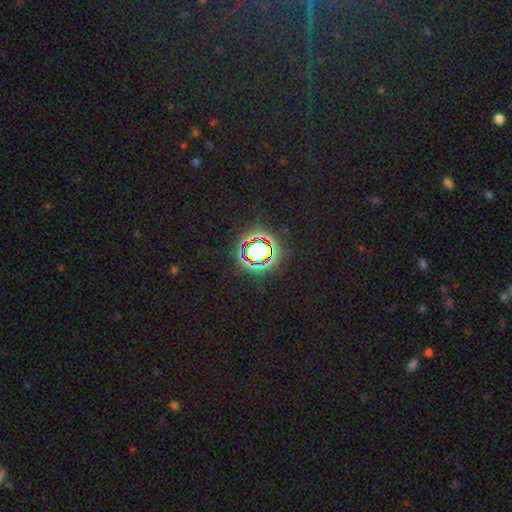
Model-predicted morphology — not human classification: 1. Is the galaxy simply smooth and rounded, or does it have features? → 77% star or artifact, 15% smooth, 9% featured or disk.